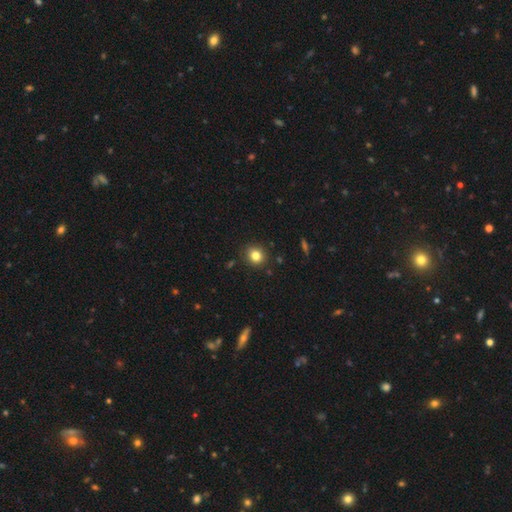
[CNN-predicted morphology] This appears to be a smooth galaxy with no disk features (81%) that is round (83%). Merging: none (87%).